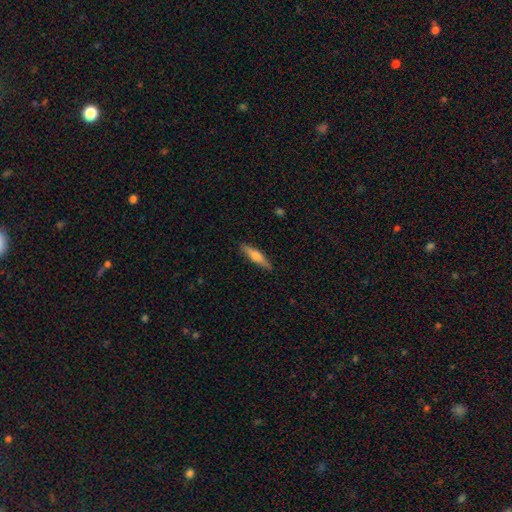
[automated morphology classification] A smooth galaxy with no disk features (57%) that is cigar-shaped (81%). Merging: none (88%).